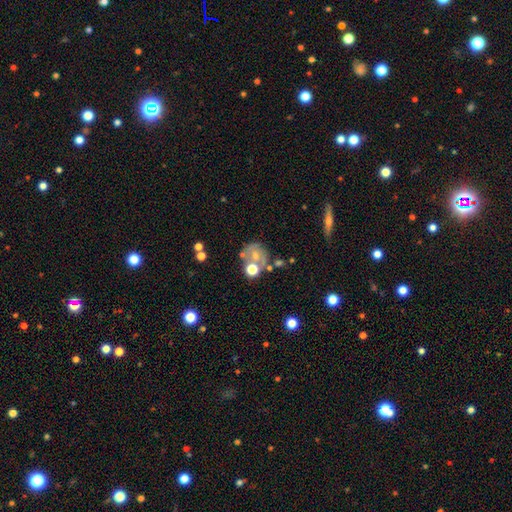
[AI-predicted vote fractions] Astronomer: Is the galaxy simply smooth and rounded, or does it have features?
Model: smooth — 49% (runner-up: featured or disk, 37%).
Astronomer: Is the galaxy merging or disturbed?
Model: none — 45% (runner-up: merger, 27%).